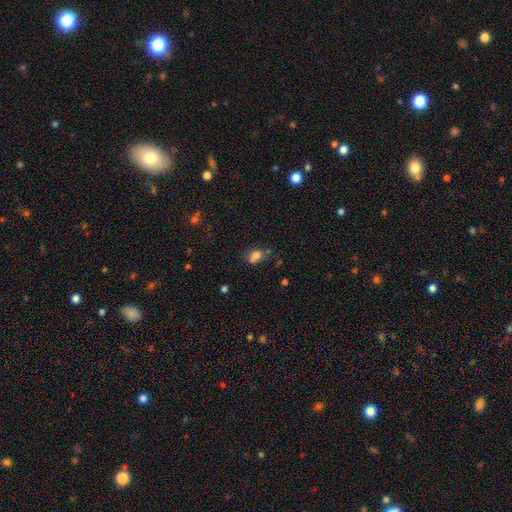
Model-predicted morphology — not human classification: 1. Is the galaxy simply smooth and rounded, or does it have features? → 70% smooth, 16% star or artifact, 14% featured or disk.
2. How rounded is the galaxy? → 50% in between, 48% round, 2% cigar-shaped.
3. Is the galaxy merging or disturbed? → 42% merger, 39% none, 13% minor disturbance, 6% major disturbance.